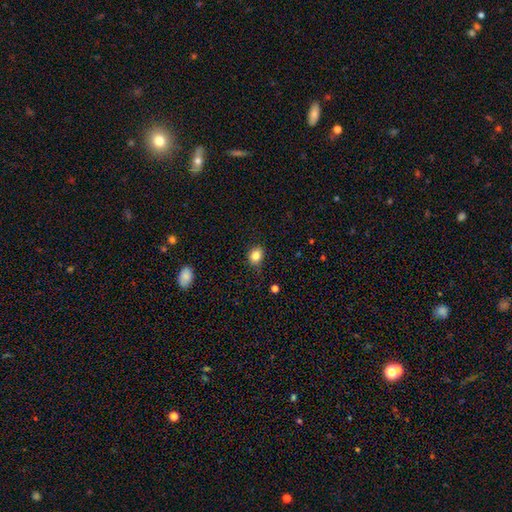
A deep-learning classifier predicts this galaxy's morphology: type=smooth (84%); roundness=round (59%); merging=none (85%).